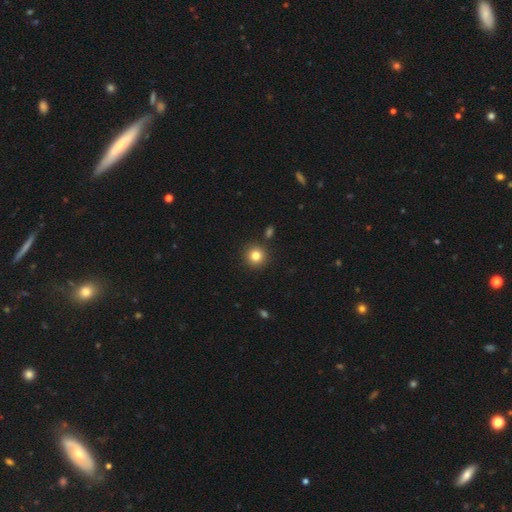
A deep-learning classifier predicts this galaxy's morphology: This is clearly a smooth galaxy (82%). How rounded: clearly round (94%). Merging: clearly none (89%).